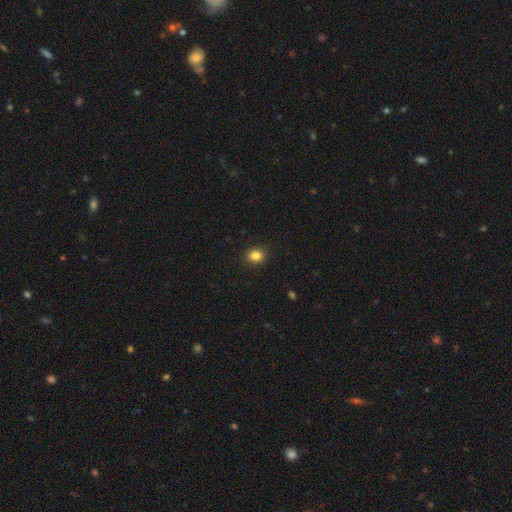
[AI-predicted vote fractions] Q: Smooth or featured?
A: smooth (85%); runner-up: star or artifact (11%)
Q: How rounded?
A: round (62%); runner-up: in between (37%)
Q: Merging?
A: none (90%); runner-up: minor disturbance (7%)